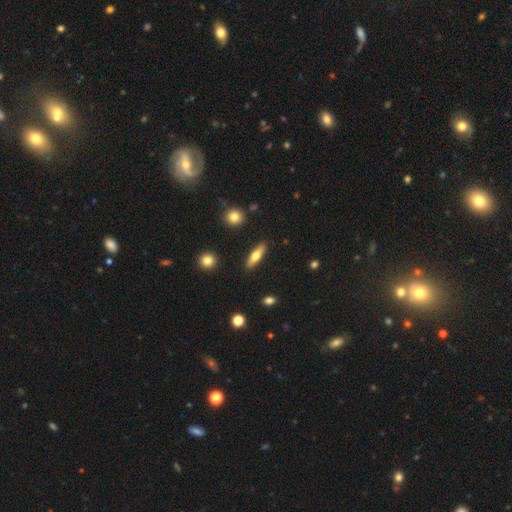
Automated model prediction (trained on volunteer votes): Smooth or featured: smooth — 59% (featured or disk — 35%)
How rounded: cigar-shaped — 61% (in between — 36%)
Merging: none — 88% (minor disturbance — 8%)